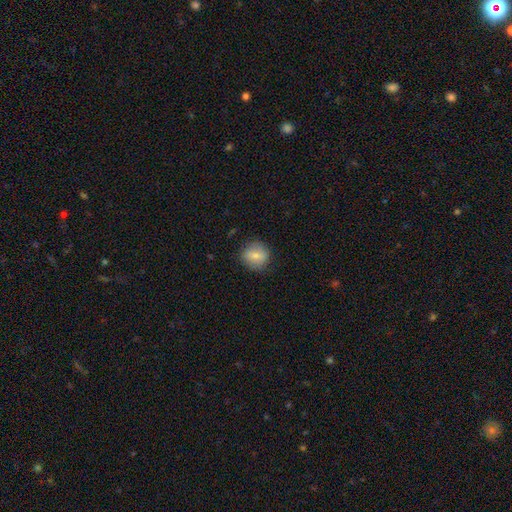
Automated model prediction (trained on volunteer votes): This appears to be a smooth galaxy with no disk features (74%) that is round (83%). Merging: none (83%).